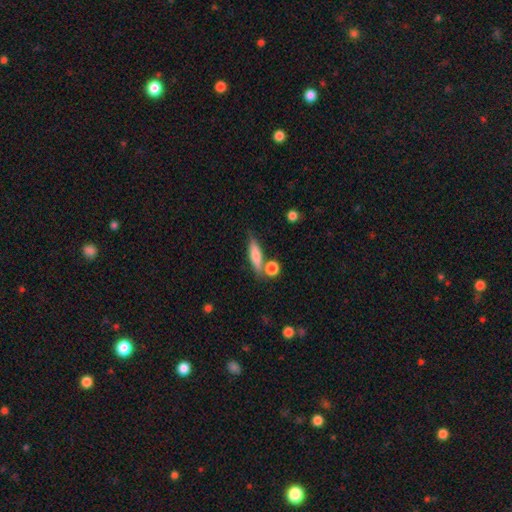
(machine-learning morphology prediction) smooth 68%, featured or disk 25%, star or artifact 7%. Down the decision tree: how rounded — cigar-shaped (67%); merging — none (66%).